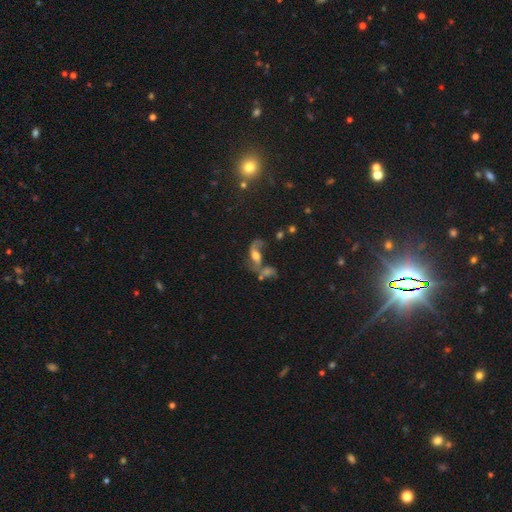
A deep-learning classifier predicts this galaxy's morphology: A featured or disk galaxy (57%) with no bar (53%), spiral arms (75%) and a moderate central bulge (46%).

Vote fractions:
- Smooth or featured? featured or disk: 57% / smooth: 29% / star or artifact: 14%
- Edge-on disk? no: 90% / yes: 10%
- Bar? no: 53% / weak: 34% / strong: 13%
- Spiral arms? yes: 75% / no: 25%
- Bulge size? moderate: 46% / large: 29% / small: 14% / none: 8% / dominant: 3%
- Merging? merger: 41% / none: 25% / major disturbance: 22% / minor disturbance: 13%